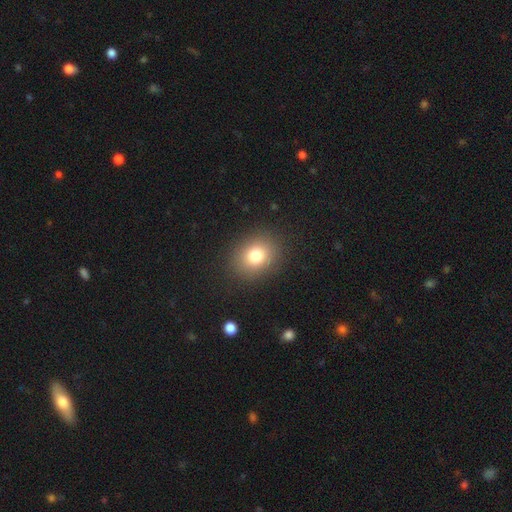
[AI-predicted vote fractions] A smooth galaxy with no disk features (79%) that is round (55%). Merging: none (88%).